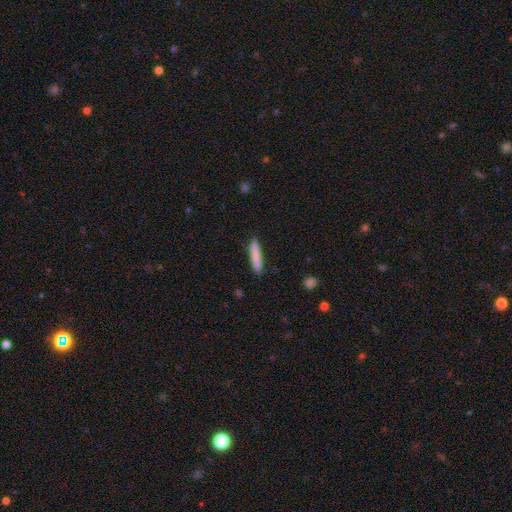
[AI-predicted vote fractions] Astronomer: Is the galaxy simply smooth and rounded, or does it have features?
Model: smooth — 84%.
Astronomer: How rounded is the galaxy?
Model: cigar-shaped — 88%.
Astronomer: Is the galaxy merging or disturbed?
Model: none — 86%.